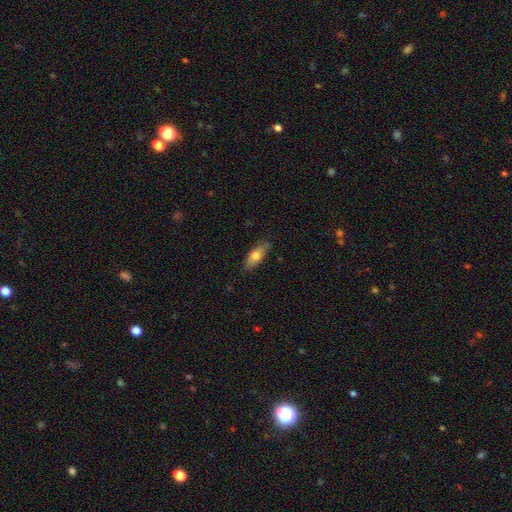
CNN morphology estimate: Smooth or featured?
  - smooth: 69% *
  - featured or disk: 24%
  - star or artifact: 6%
How rounded?
  - in between: 72% *
  - cigar-shaped: 26%
  - round: 3%
Merging?
  - none: 79% *
  - minor disturbance: 17%
  - major disturbance: 3%
  - merger: 2%